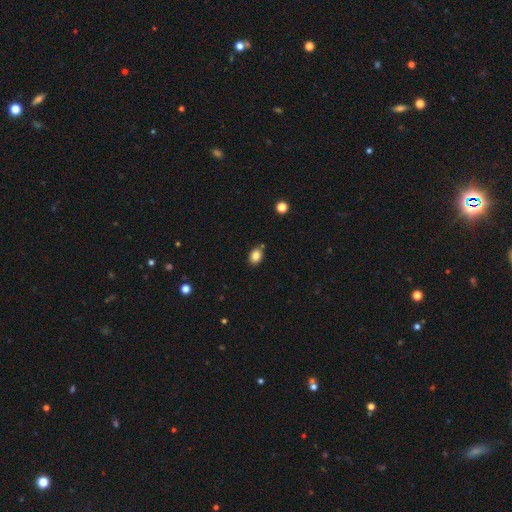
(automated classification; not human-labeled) This is clearly a smooth galaxy (84%). How rounded: likely in between (66%). Merging: likely none (79%).